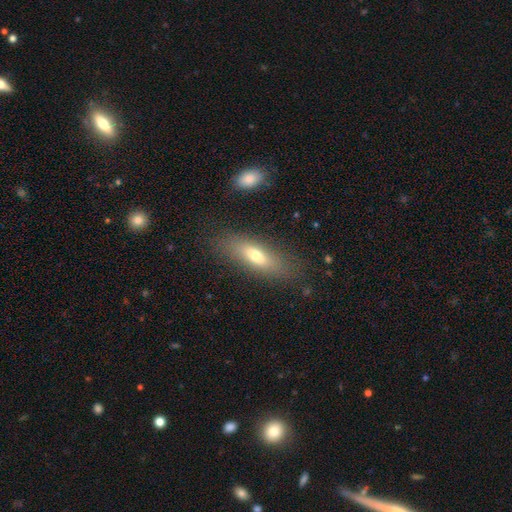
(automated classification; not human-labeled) Morphology: type=smooth (63%); roundness=cigar-shaped (49%); merging=none (81%).